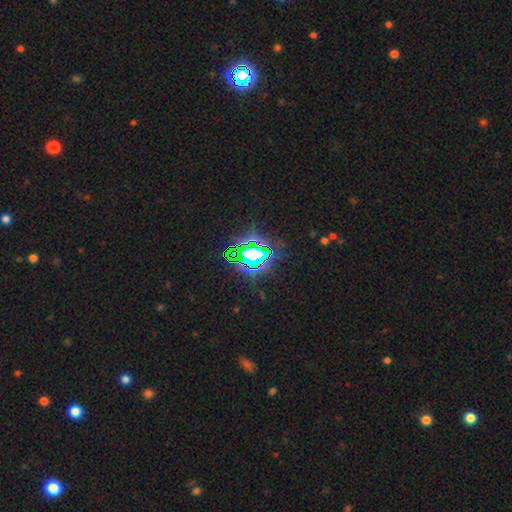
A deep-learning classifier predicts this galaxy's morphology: A star or artifact, not a galaxy (82%).